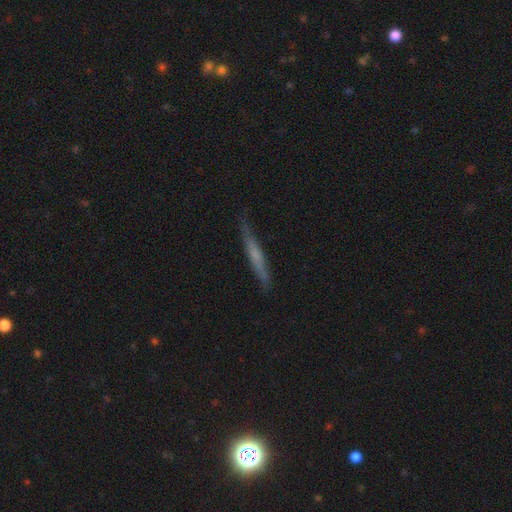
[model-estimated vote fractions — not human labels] A featured or disk galaxy (47%).

Vote fractions:
- Smooth or featured? featured or disk: 47% / smooth: 46% / star or artifact: 7%
- Merging? none: 83% / minor disturbance: 13% / major disturbance: 2% / merger: 1%